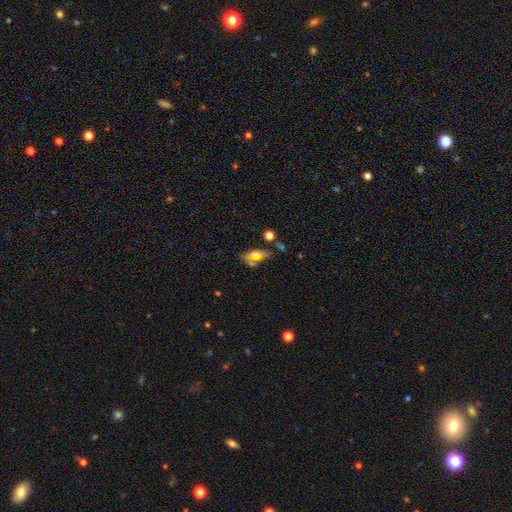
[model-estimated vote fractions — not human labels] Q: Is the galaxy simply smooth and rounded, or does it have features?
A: featured or disk — 48%.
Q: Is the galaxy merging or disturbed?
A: none — 43%.